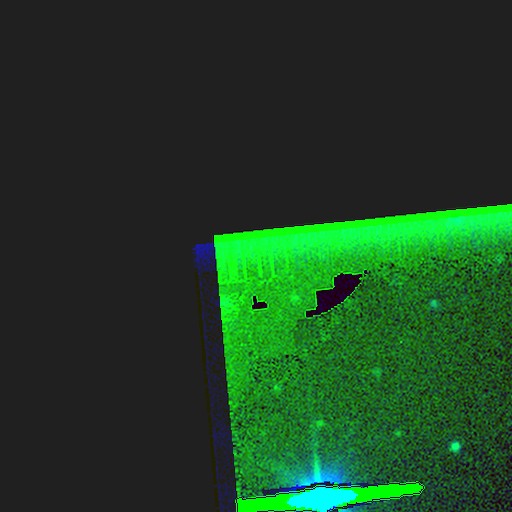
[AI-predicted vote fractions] The model was most divided on "smooth or featured": star or artifact: 89%, featured or disk: 6%, smooth: 5%.